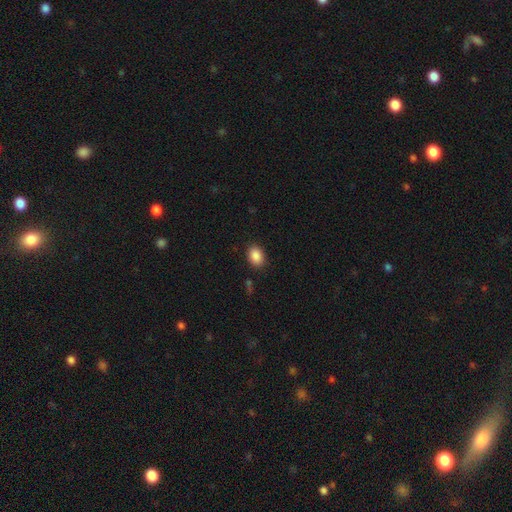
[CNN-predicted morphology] Q: Smooth or featured?
A: smooth (88%); runner-up: star or artifact (8%)
Q: How rounded?
A: in between (72%); runner-up: round (26%)
Q: Merging?
A: none (87%); runner-up: minor disturbance (9%)